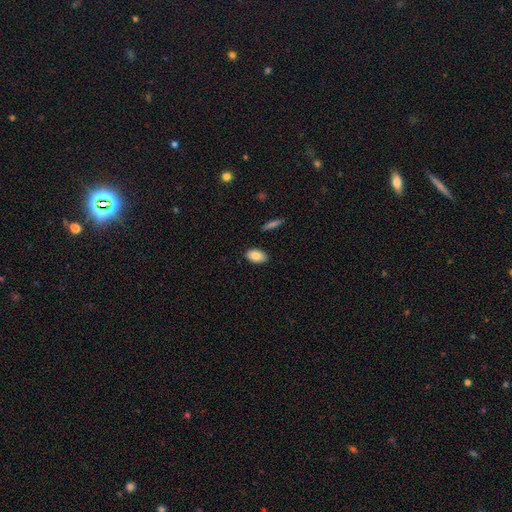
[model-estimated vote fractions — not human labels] Smooth or featured? Predicted: smooth (p=0.86). How rounded? Predicted: in between (p=0.93). Merging? Predicted: none (p=0.87).